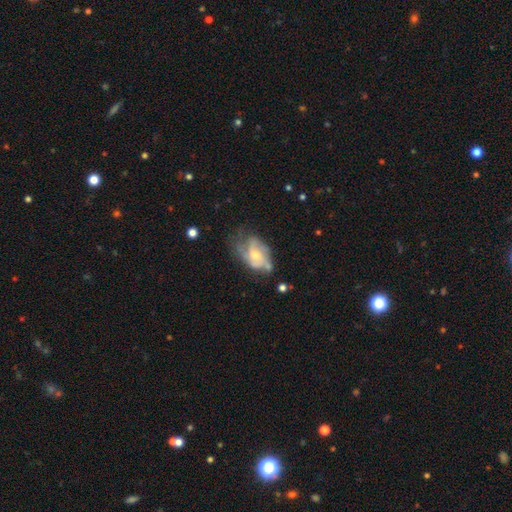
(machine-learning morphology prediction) Smooth or featured: featured or disk — 70% (smooth — 23%)
Edge-on disk: no — 96% (yes — 4%)
Bar: no — 71% (weak — 25%)
Spiral arms: yes — 80% (no — 20%)
Spiral winding: medium — 44% (tight — 30%)
Spiral arm count: can't tell — 30% (3 — 28%)
Bulge size: moderate — 51% (small — 43%)
Merging: none — 40% (minor disturbance — 29%)